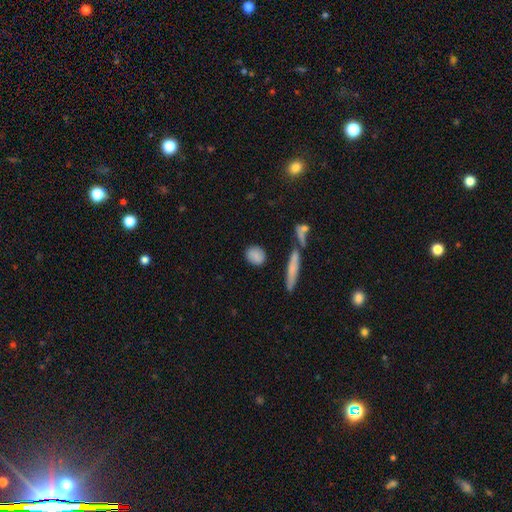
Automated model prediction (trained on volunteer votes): smooth-or-featured: smooth: 83% | featured or disk: 9% | star or artifact: 8%
  how-rounded: in between: 48% | round: 45% | cigar-shaped: 7%
  merging: none: 81% | minor disturbance: 11% | merger: 5% | major disturbance: 3%